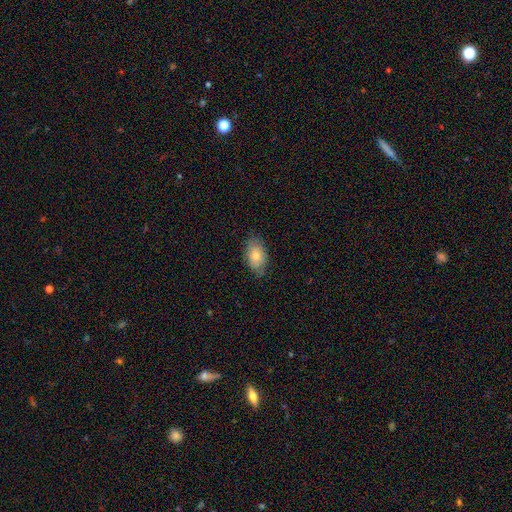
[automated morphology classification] smooth 73%, featured or disk 18%, star or artifact 9%. Down the decision tree: how rounded — in between (88%); merging — none (77%).